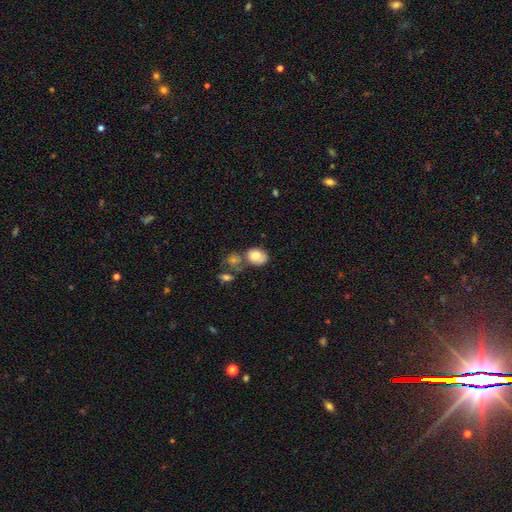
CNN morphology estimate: smooth 77%, featured or disk 15%, star or artifact 8%. Down the decision tree: how rounded — in between (68%); merging — none (39%).